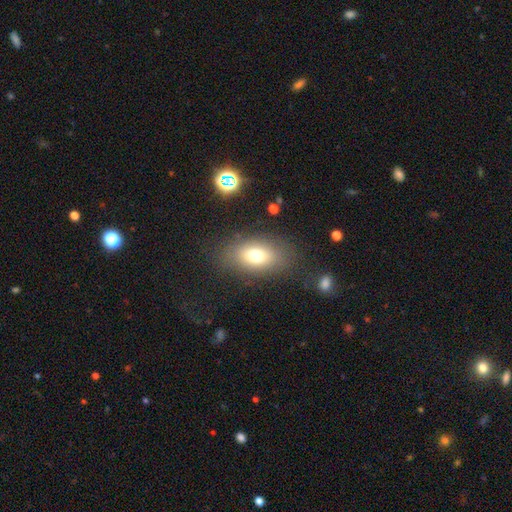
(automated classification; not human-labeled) smooth-or-featured: smooth: 72% | featured or disk: 16% | star or artifact: 13%
  how-rounded: in between: 82% | round: 15% | cigar-shaped: 2%
  merging: none: 79% | minor disturbance: 12% | major disturbance: 7% | merger: 2%